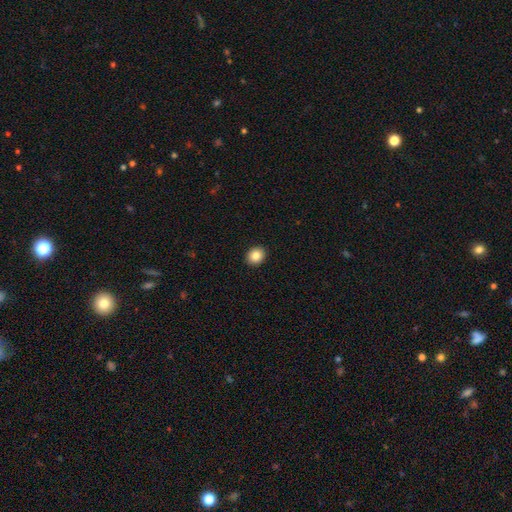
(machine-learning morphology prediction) smooth-or-featured: smooth: 85% | star or artifact: 9% | featured or disk: 6%
  how-rounded: round: 66% | in between: 33% | cigar-shaped: 1%
  merging: none: 92% | minor disturbance: 5% | major disturbance: 2% | merger: 1%